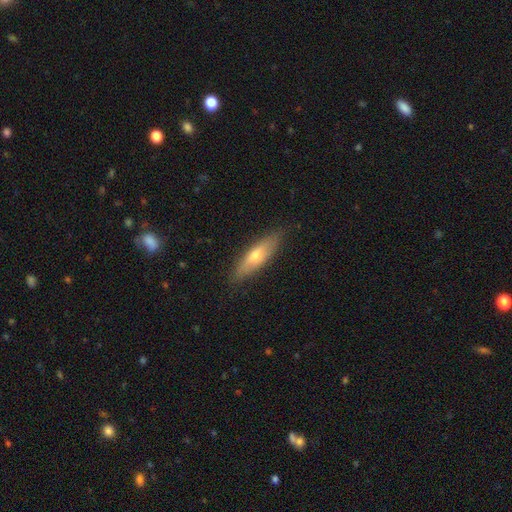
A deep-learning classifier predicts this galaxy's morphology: Smooth or featured: smooth — 54% (featured or disk — 40%)
How rounded: cigar-shaped — 65% (in between — 33%)
Merging: none — 86% (minor disturbance — 11%)